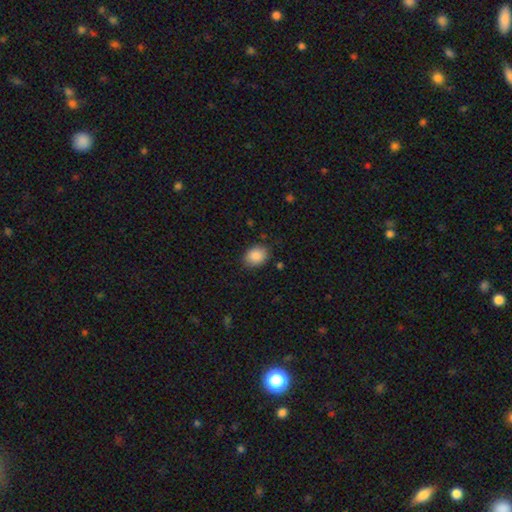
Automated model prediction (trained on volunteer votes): smooth 87%, star or artifact 8%, featured or disk 5%. Down the decision tree: how rounded — in between (60%); merging — none (84%).